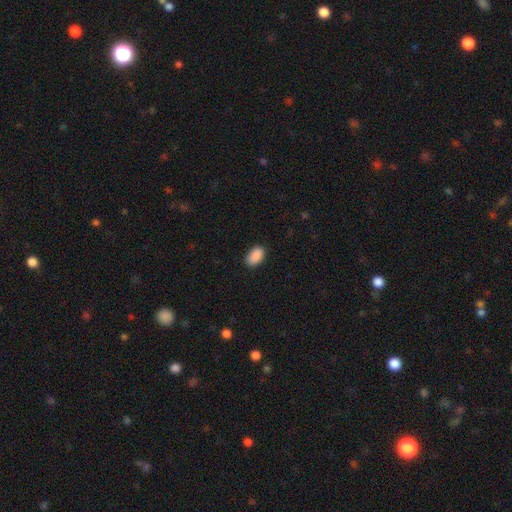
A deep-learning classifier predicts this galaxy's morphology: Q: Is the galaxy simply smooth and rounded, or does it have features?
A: smooth — 90%.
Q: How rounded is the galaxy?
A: in between — 91%.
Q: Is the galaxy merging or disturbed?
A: none — 87%.